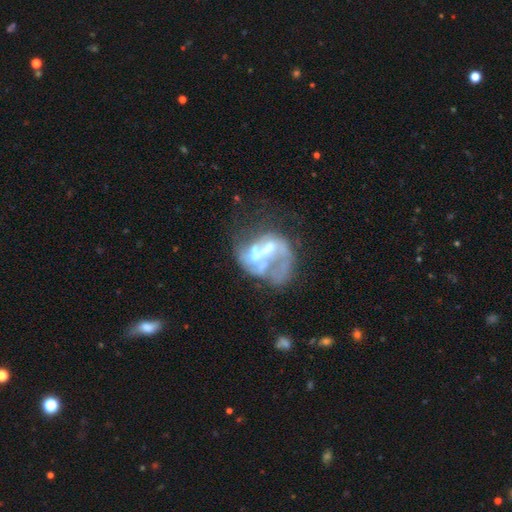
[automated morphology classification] Smooth or featured? featured or disk (66%)
Edge-on disk? no (98%)
Bar? no (65%)
Spiral arms? no (72%)
Bulge size? moderate (39%)
Merging? major disturbance (39%)